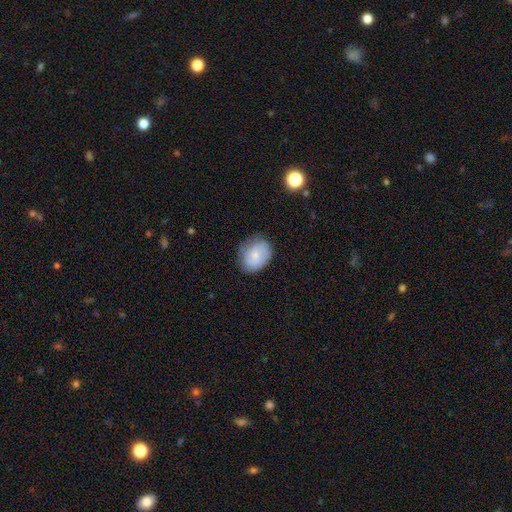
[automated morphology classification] This is likely a smooth galaxy (61%). How rounded: possibly round (53%). Merging: likely none (70%).